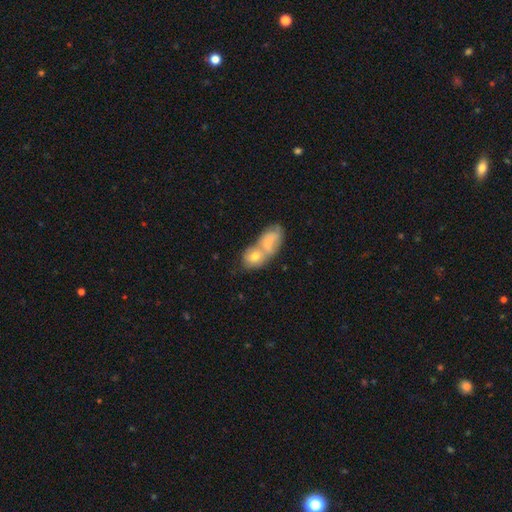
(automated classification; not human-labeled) Q: Smooth or featured?
A: smooth (57%); runner-up: featured or disk (32%)
Q: How rounded?
A: in between (64%); runner-up: round (31%)
Q: Merging?
A: merger (67%); runner-up: none (22%)